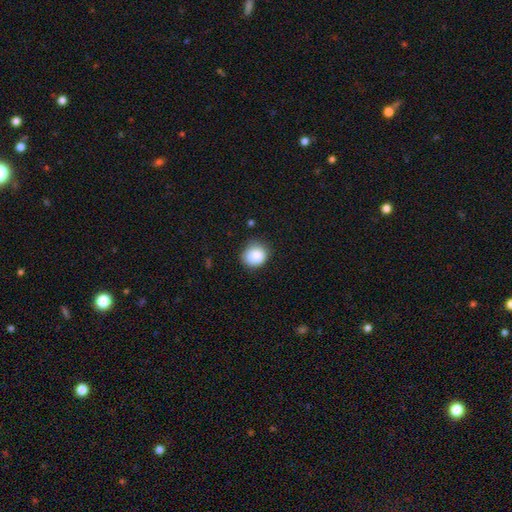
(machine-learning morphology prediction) This is clearly a smooth galaxy (87%). How rounded: clearly round (85%). Merging: likely none (74%).